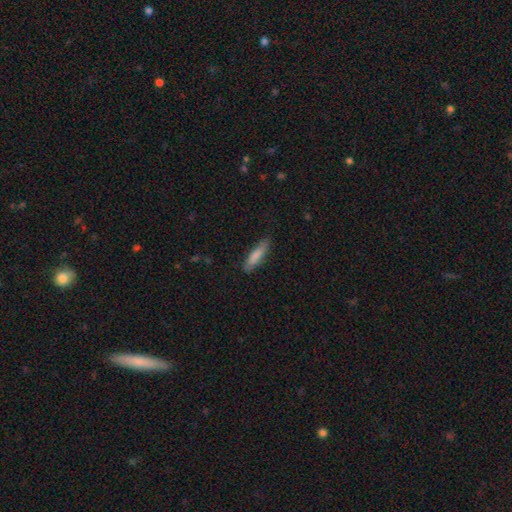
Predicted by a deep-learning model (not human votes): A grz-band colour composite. It shows a smooth galaxy with no disk features (80%) that is cigar-shaped (71%). Merging: none (80%).